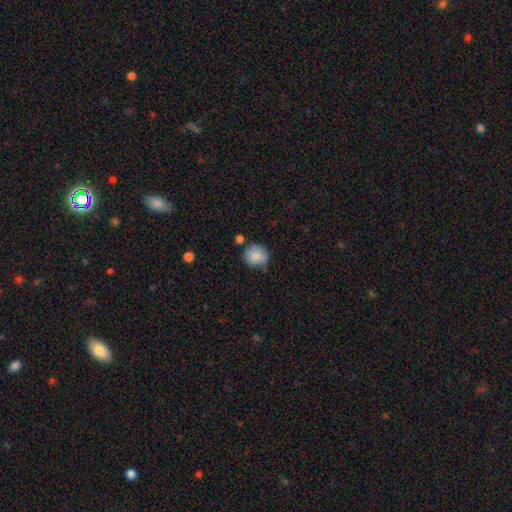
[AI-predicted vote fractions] Q: Smooth or featured?
A: smooth (85%); runner-up: star or artifact (8%)
Q: How rounded?
A: round (84%); runner-up: in between (15%)
Q: Merging?
A: none (57%); runner-up: minor disturbance (29%)